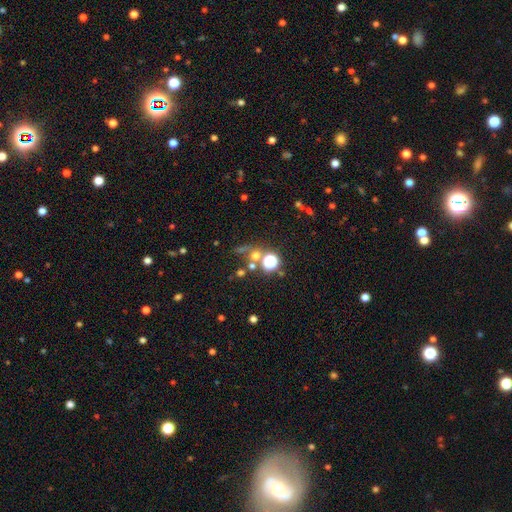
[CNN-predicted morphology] smooth_or_featured: star or artifact (p=0.45) [alt: smooth p=0.42]